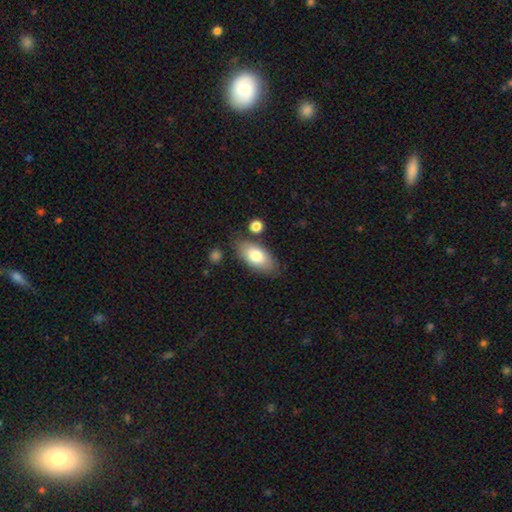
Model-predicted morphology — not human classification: smooth 76%, featured or disk 18%, star or artifact 6%. Down the decision tree: how rounded — in between (89%); merging — none (76%).